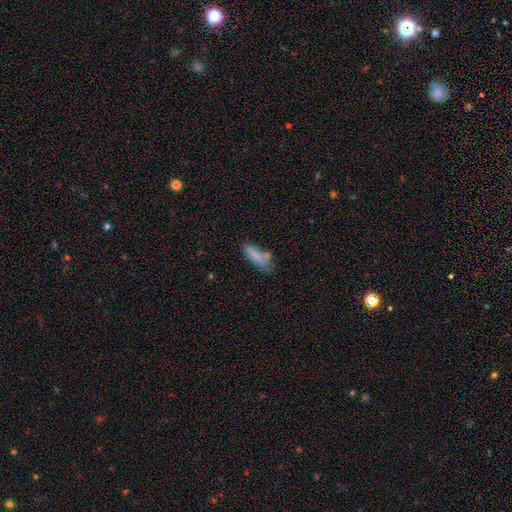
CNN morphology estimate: Overall: smooth (78%). How rounded: in between (55%; cigar-shaped 43%). Merging: none (47%; minor disturbance 27%).